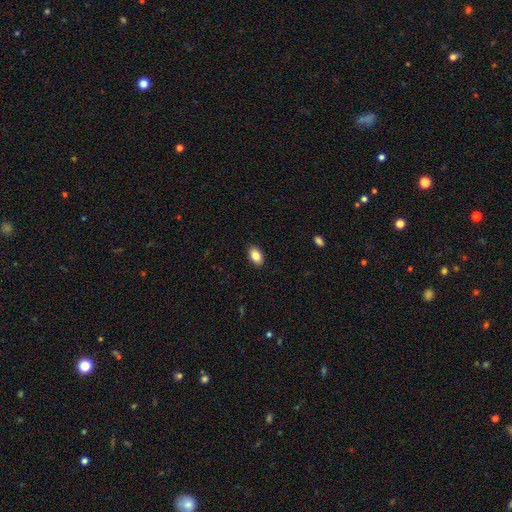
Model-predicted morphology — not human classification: A smooth galaxy with no disk features (86%) that is in between round and cigar-shaped (91%). Merging: none (90%).